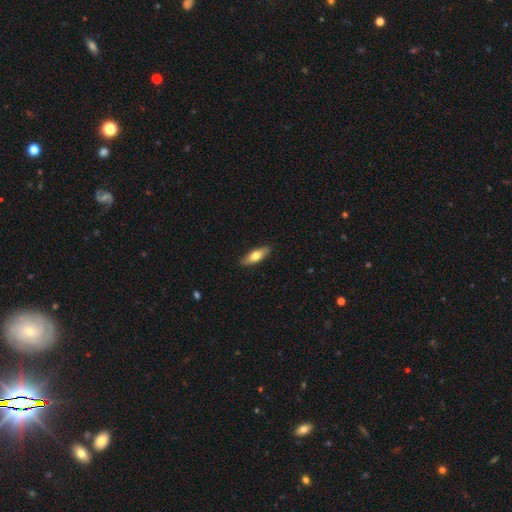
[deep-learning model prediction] smooth_or_featured: smooth (p=0.65) [alt: featured or disk p=0.29]
how_rounded: in between (p=0.56) [alt: cigar-shaped p=0.41]
merging: none (p=0.88) [alt: minor disturbance p=0.09]